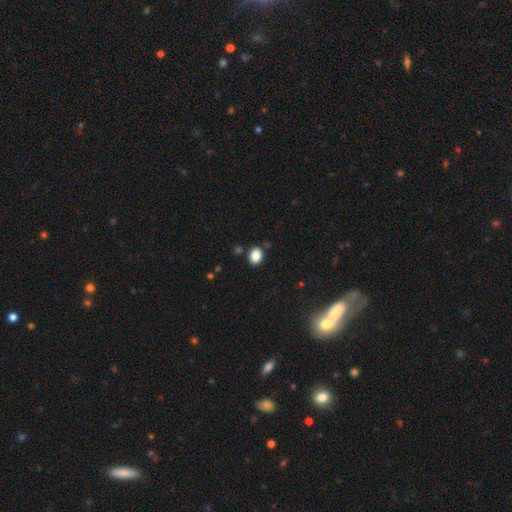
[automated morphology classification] Smooth or featured? smooth (86%)
How rounded? in between (55%)
Merging? none (85%)